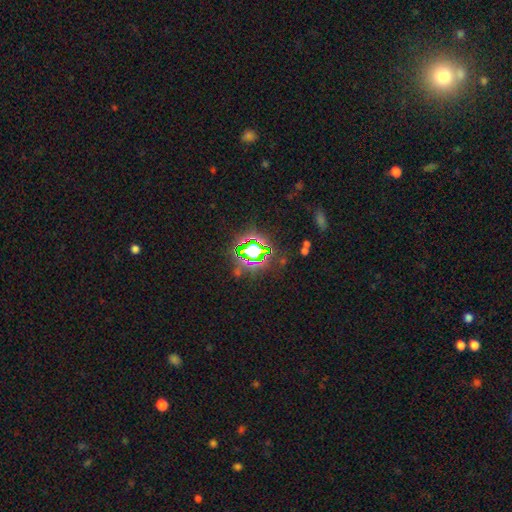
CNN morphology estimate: star or artifact 77%, smooth 14%, featured or disk 9%.